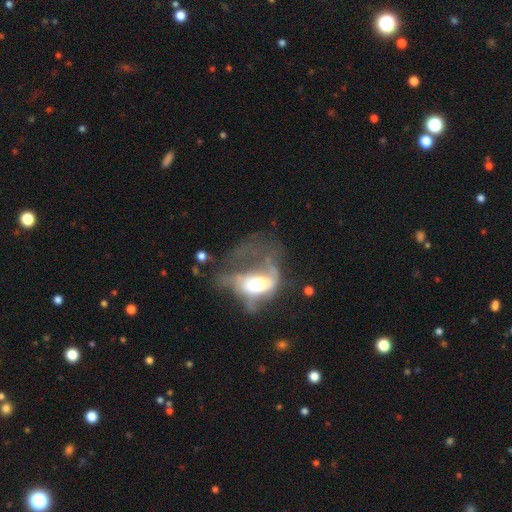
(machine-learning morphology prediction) smooth_or_featured: featured or disk (p=0.54) [alt: smooth p=0.25]
disk_edge_on: no (p=0.89) [alt: yes p=0.11]
merging: major disturbance (p=0.48) [alt: none p=0.26]